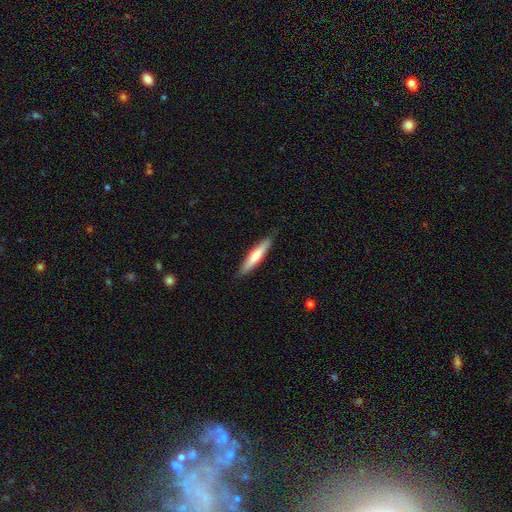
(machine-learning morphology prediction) smooth_or_featured: smooth (p=0.63) [alt: featured or disk p=0.32]
how_rounded: cigar-shaped (p=0.88) [alt: in between p=0.11]
merging: none (p=0.88) [alt: minor disturbance p=0.10]